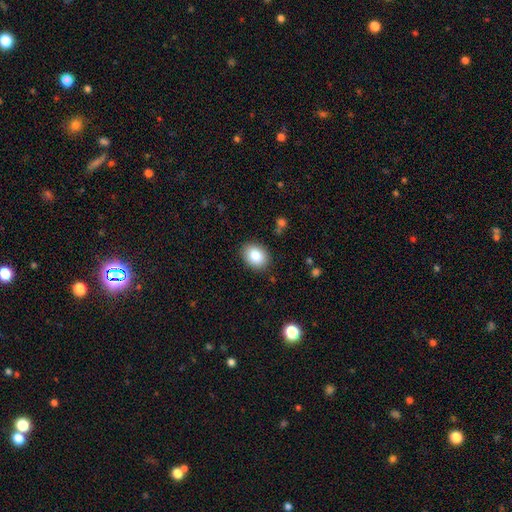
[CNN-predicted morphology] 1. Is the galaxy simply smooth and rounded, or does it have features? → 85% smooth, 8% star or artifact, 7% featured or disk.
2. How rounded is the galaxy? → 59% in between, 40% round, 1% cigar-shaped.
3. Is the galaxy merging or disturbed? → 87% none, 9% minor disturbance, 2% major disturbance, 1% merger.